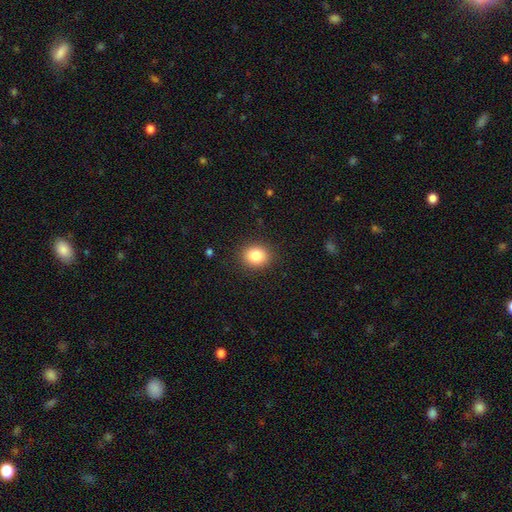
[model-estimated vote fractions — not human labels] smooth_or_featured: smooth (p=0.84) [alt: star or artifact p=0.10]
how_rounded: round (p=0.70) [alt: in between p=0.30]
merging: none (p=0.89) [alt: minor disturbance p=0.08]